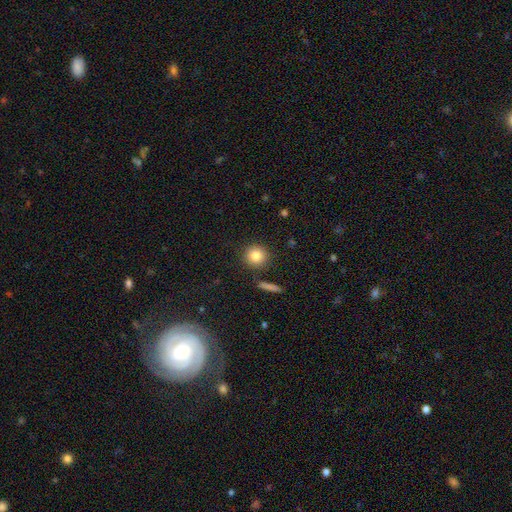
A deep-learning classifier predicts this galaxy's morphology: A smooth galaxy with no disk features (83%) that is round (92%).

Vote fractions:
- Smooth or featured? smooth: 83% / star or artifact: 9% / featured or disk: 8%
- How rounded? round: 92% / in between: 7% / cigar-shaped: 1%
- Merging? none: 88% / minor disturbance: 7% / merger: 3% / major disturbance: 2%